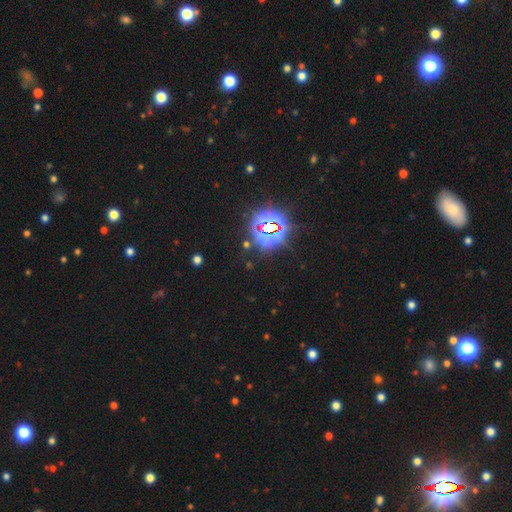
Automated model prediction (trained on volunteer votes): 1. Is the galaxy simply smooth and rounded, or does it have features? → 83% star or artifact, 10% smooth, 7% featured or disk.